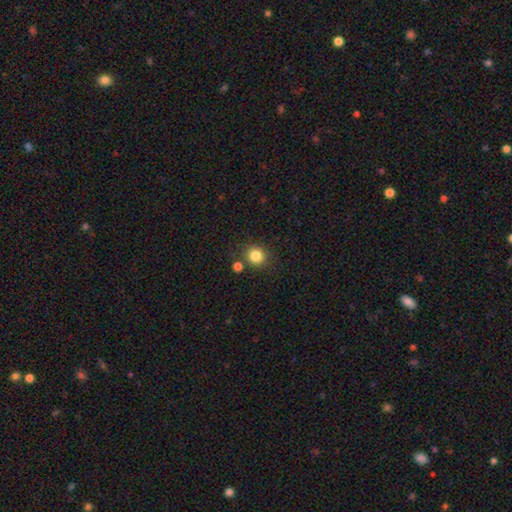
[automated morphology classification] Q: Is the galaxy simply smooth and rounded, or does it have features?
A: smooth — 83%.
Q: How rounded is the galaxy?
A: round — 87%.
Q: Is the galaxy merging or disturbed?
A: none — 80%.